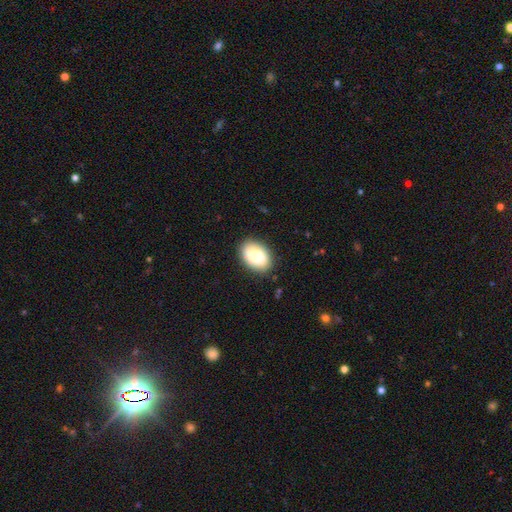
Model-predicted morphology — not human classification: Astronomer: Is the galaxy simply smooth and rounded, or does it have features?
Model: smooth — 76%.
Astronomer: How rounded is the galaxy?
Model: in between — 84%.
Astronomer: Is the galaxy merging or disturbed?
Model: none — 82%.